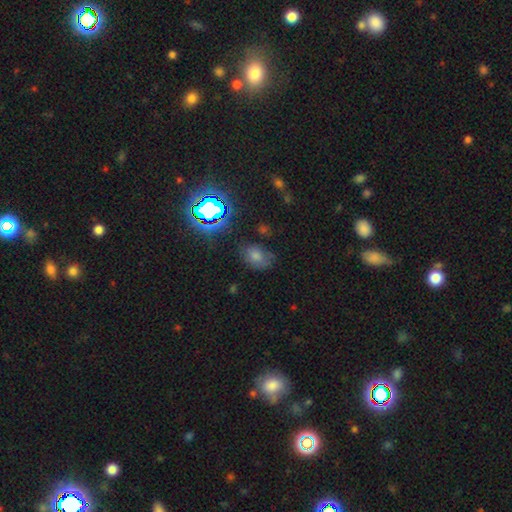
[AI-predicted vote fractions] Q: Smooth or featured?
A: smooth (55%); runner-up: star or artifact (32%)
Q: How rounded?
A: in between (71%); runner-up: round (27%)
Q: Merging?
A: none (66%); runner-up: minor disturbance (23%)